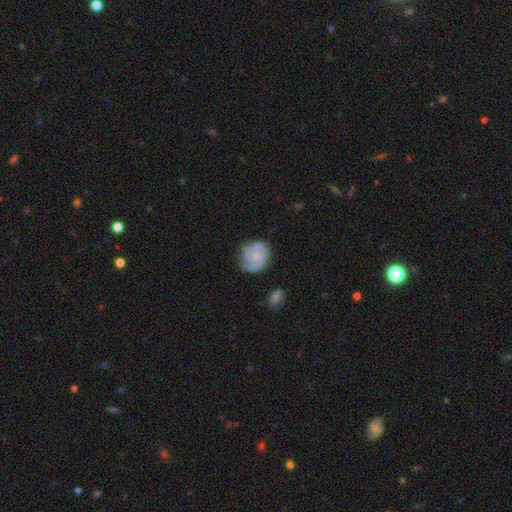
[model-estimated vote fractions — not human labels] A featured or disk galaxy (68%) with no bar (74%), 3 (36%) tight (53%) spiral arms (91%) and a small central bulge (49%).

Vote fractions:
- Smooth or featured? featured or disk: 68% / smooth: 25% / star or artifact: 7%
- Edge-on disk? no: 98% / yes: 2%
- Bar? no: 74% / weak: 23% / strong: 3%
- Spiral arms? yes: 91% / no: 9%
- Spiral winding? tight: 53% / medium: 36% / loose: 12%
- Spiral arm count? 3: 36% / can't tell: 25% / 2: 20% / 4: 8% / 1: 6% / more than 4: 5%
- Bulge size? small: 49% / none: 31% / moderate: 17% / large: 2% / dominant: 1%
- Merging? none: 68% / minor disturbance: 21% / major disturbance: 9% / merger: 2%